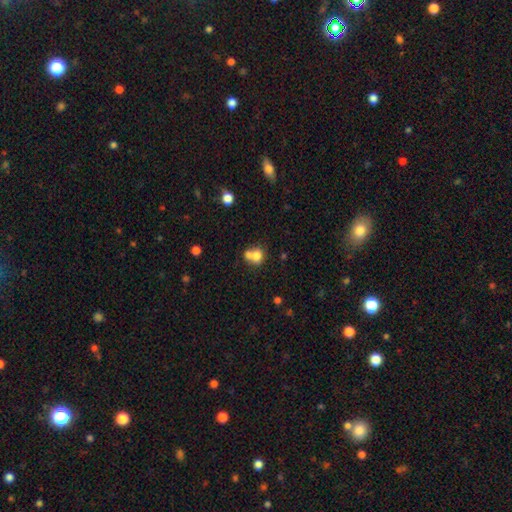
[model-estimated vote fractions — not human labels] smooth_or_featured: smooth (p=0.75) [alt: featured or disk p=0.15]
how_rounded: round (p=0.65) [alt: in between p=0.34]
merging: merger (p=0.56) [alt: none p=0.32]